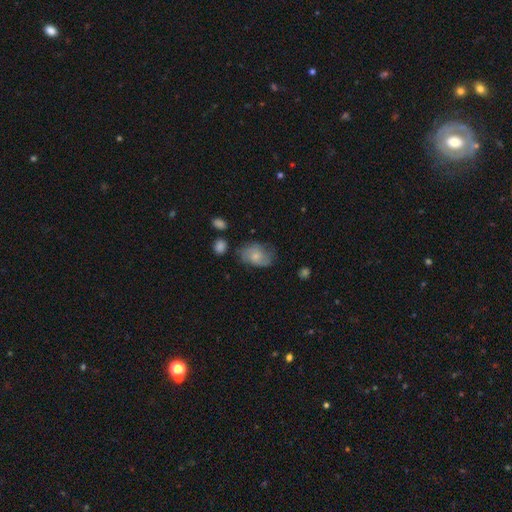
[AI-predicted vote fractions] smooth_or_featured: smooth (p=0.61) [alt: featured or disk p=0.31]
how_rounded: in between (p=0.78) [alt: round p=0.20]
merging: none (p=0.52) [alt: minor disturbance p=0.32]